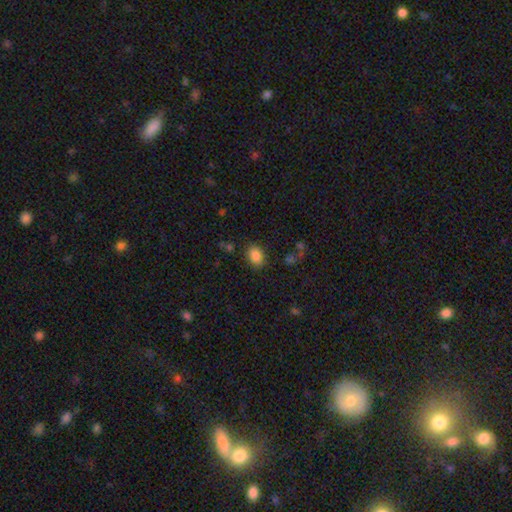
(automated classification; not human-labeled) A smooth galaxy with no disk features (86%) that is in between round and cigar-shaped (75%).

Vote fractions:
- Smooth or featured? smooth: 86% / star or artifact: 10% / featured or disk: 5%
- How rounded? in between: 75% / round: 24% / cigar-shaped: 1%
- Merging? none: 84% / minor disturbance: 11% / major disturbance: 4% / merger: 2%